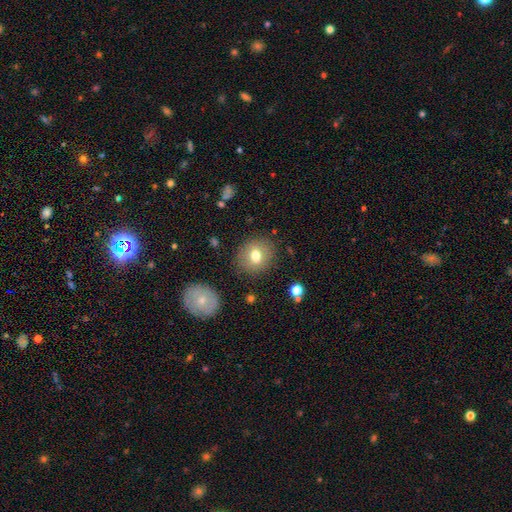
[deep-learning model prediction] Overall: smooth (72%). How rounded: round (74%). Merging: none (85%).